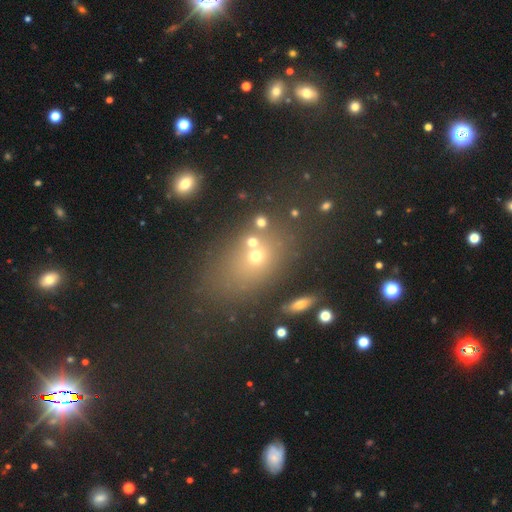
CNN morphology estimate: Smooth or featured? smooth (52%)
How rounded? in between (64%)
Merging? none (64%)